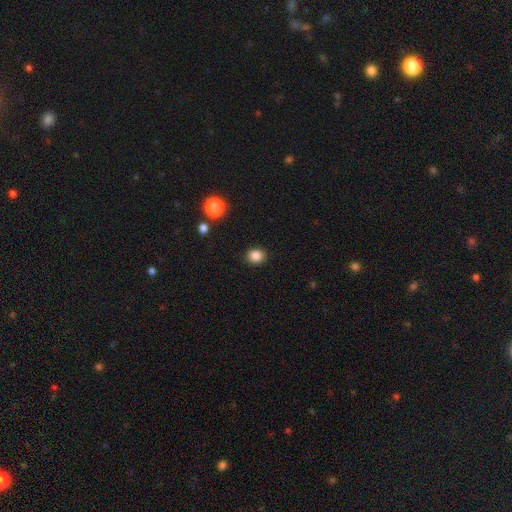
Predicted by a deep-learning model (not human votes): Smooth or featured? Predicted: smooth (p=0.86). How rounded? Predicted: round (p=0.70). Merging? Predicted: none (p=0.90).